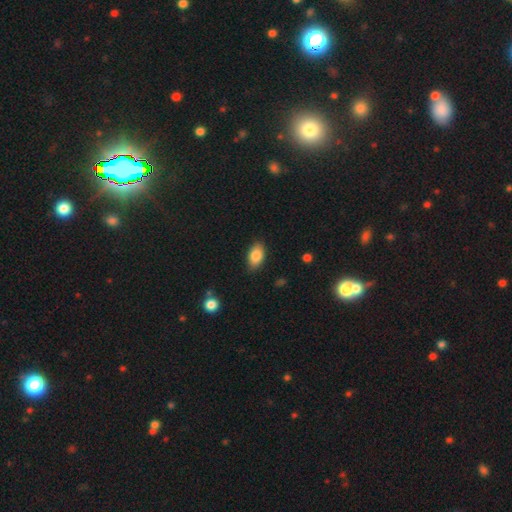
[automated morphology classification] Smooth or featured: smooth — 85% (featured or disk — 8%)
How rounded: in between — 92% (round — 6%)
Merging: none — 86% (minor disturbance — 11%)